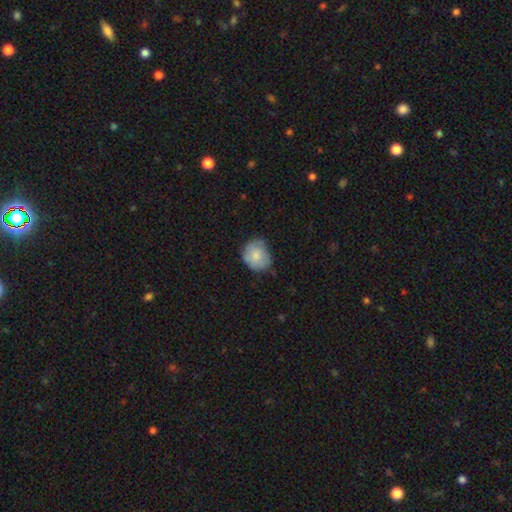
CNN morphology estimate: smooth 74%, featured or disk 19%, star or artifact 7%. Down the decision tree: how rounded — round (62%); merging — none (64%).